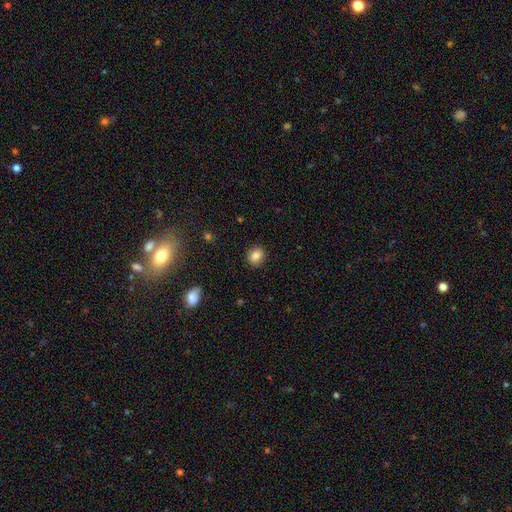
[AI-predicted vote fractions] Smooth or featured: smooth — 84% (star or artifact — 10%)
How rounded: round — 72% (in between — 26%)
Merging: none — 90% (minor disturbance — 7%)